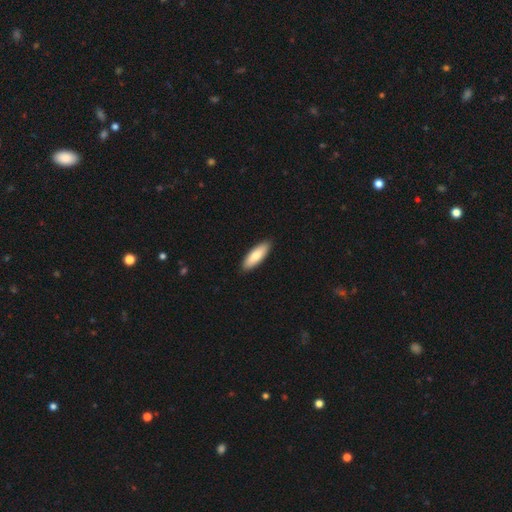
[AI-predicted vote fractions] Morphology: type=smooth (80%); roundness=in between (61%); merging=none (90%).